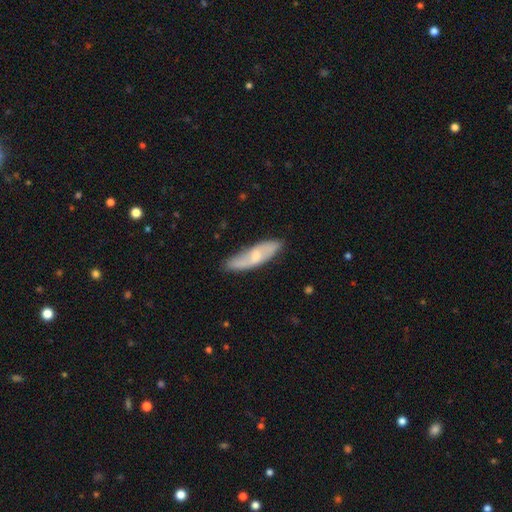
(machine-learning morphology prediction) A featured or disk galaxy (50%).

Vote fractions:
- Smooth or featured? featured or disk: 50% / smooth: 44% / star or artifact: 6%
- Merging? none: 75% / minor disturbance: 19% / major disturbance: 4% / merger: 2%